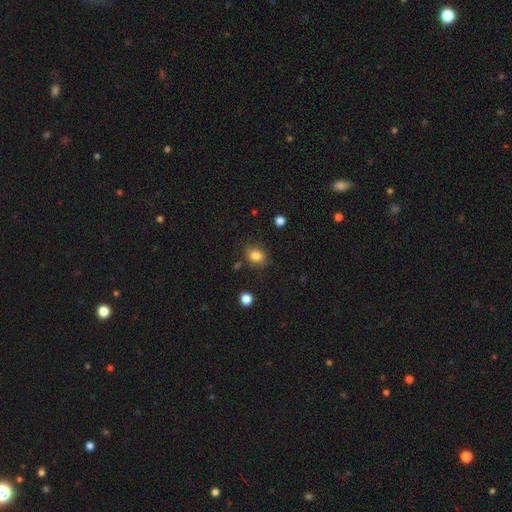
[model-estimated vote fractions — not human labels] Smooth or featured: smooth — 83% (star or artifact — 11%)
How rounded: in between — 53% (round — 46%)
Merging: none — 81% (minor disturbance — 13%)